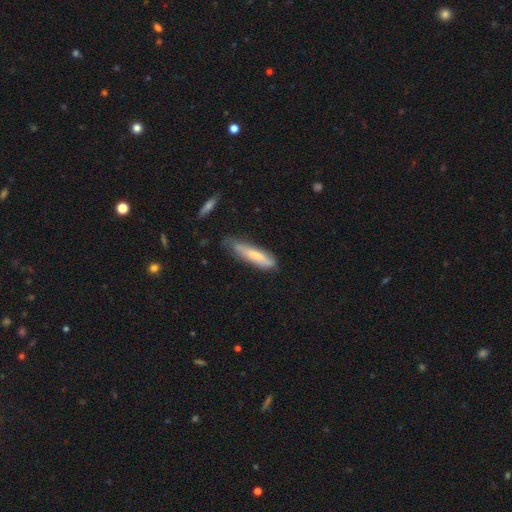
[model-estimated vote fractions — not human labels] This appears to be a smooth galaxy with no disk features (67%) that is cigar-shaped (80%). Merging: none (56%).